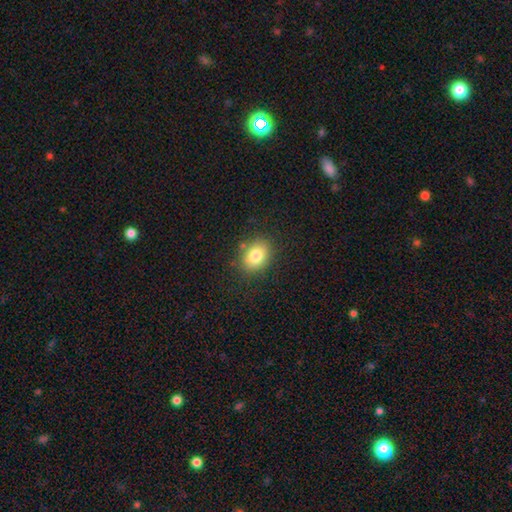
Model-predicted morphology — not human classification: type=smooth (80%); roundness=in between (62%); merging=none (81%).